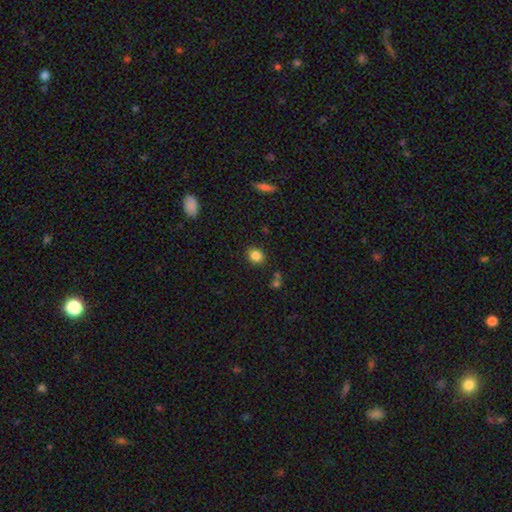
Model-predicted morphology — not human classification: Smooth or featured? smooth (84%)
How rounded? round (60%)
Merging? none (83%)